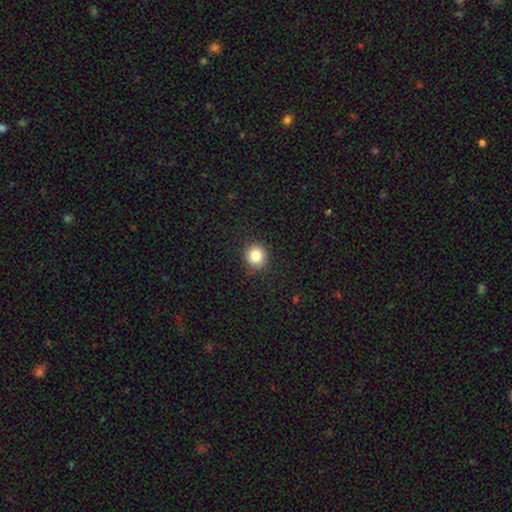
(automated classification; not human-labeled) smooth 83%, star or artifact 11%, featured or disk 6%. Down the decision tree: how rounded — round (88%); merging — none (89%).